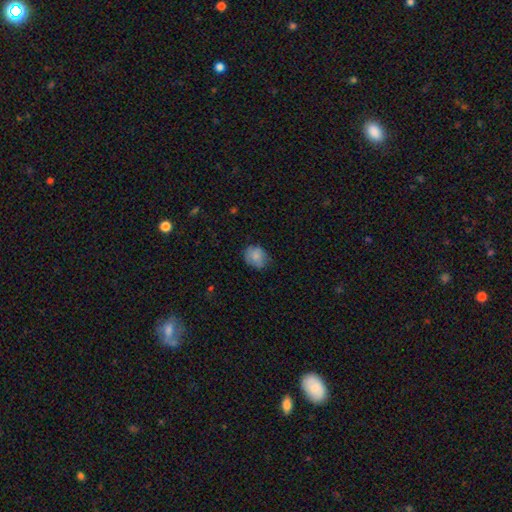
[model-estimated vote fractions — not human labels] Morphology: type=smooth (80%); roundness=round (54%); merging=none (66%).